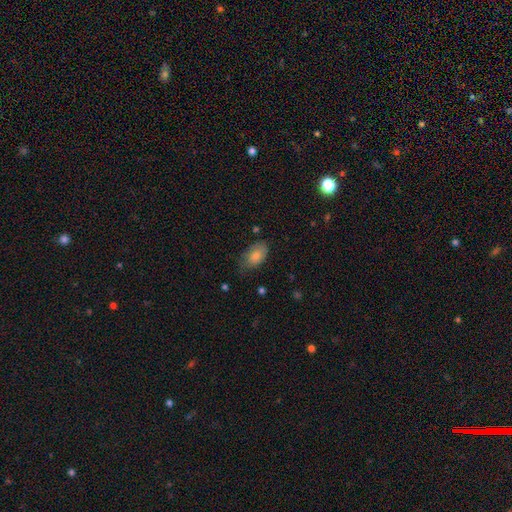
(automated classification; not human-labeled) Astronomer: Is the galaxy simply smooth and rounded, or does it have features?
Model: smooth — 82%.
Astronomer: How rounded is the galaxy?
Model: in between — 92%.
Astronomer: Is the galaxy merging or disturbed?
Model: none — 60%.